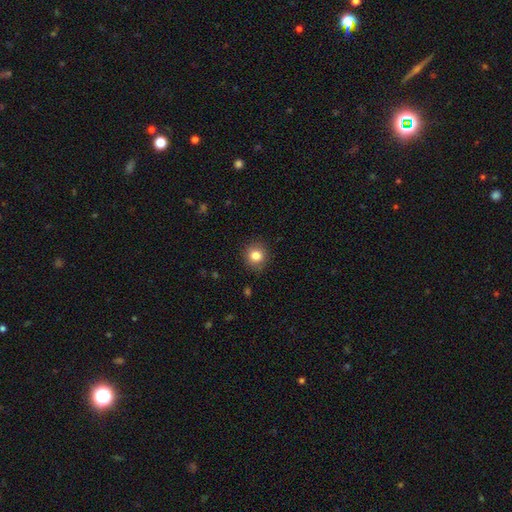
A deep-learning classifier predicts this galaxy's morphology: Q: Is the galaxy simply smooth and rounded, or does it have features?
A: smooth — 83%.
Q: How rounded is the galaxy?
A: round — 87%.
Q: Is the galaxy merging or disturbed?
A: none — 89%.